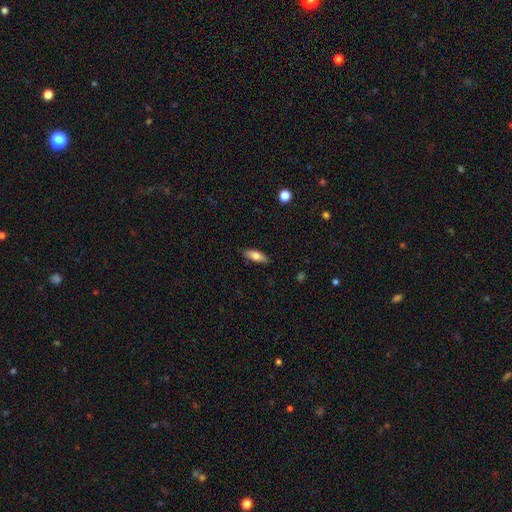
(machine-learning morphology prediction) type=smooth (73%); roundness=in between (61%); merging=none (86%).